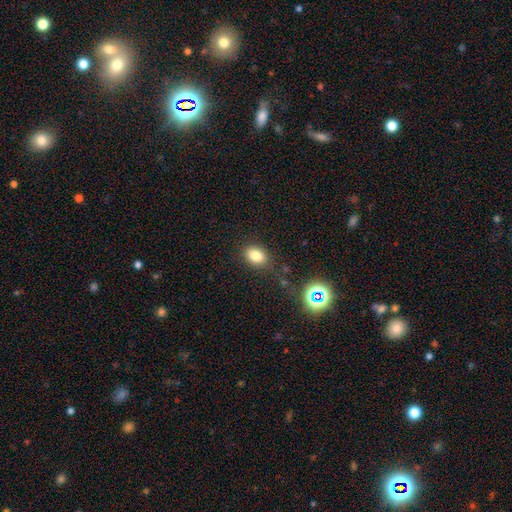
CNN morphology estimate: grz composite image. It shows a smooth galaxy with no disk features (81%) that is in between round and cigar-shaped (70%). Merging: none (82%).